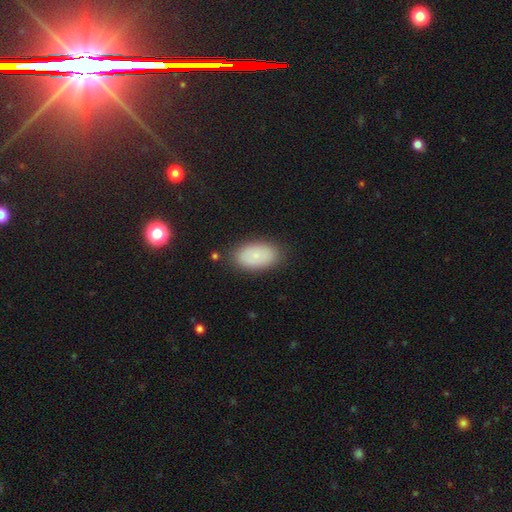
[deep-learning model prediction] This appears to be a smooth galaxy with no disk features (81%) that is in between round and cigar-shaped (94%). Merging: none (85%).